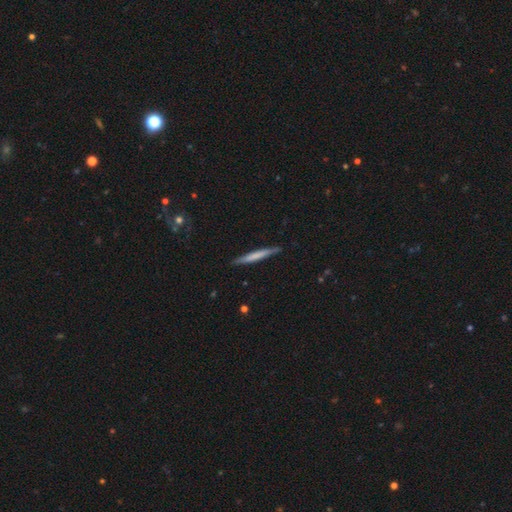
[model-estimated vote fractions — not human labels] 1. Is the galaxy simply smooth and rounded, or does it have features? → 54% smooth, 41% featured or disk, 5% star or artifact.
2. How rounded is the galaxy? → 96% cigar-shaped, 2% in between, 1% round.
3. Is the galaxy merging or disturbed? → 88% none, 9% minor disturbance, 2% major disturbance, 1% merger.